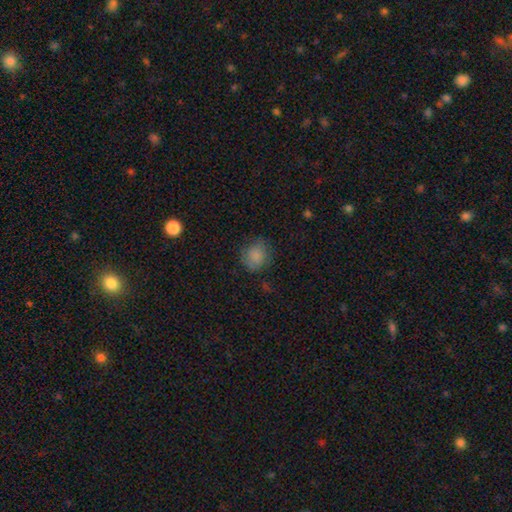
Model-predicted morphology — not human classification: Smooth or featured? smooth (83%)
How rounded? round (73%)
Merging? none (74%)